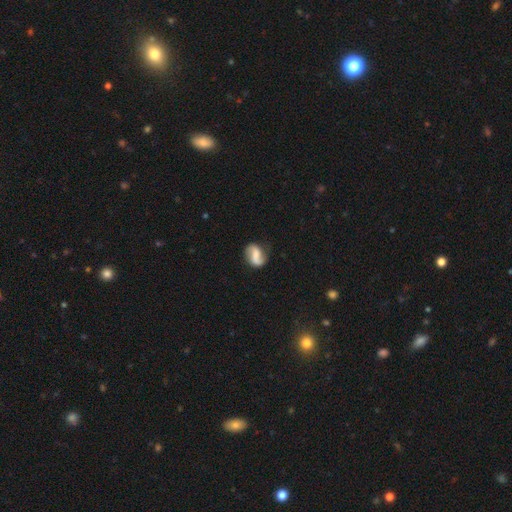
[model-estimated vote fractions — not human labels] This is likely a featured or disk galaxy (68%). It is clearly not viewed edge-on (97%). Bar: marginally weak (40%). Spiral arm pattern: clearly yes (92%). Spiral arm count: clearly 2 (87%). Spiral winding: possibly loose (55%). Central bulge: marginally none (35%). Merging: likely none (74%).